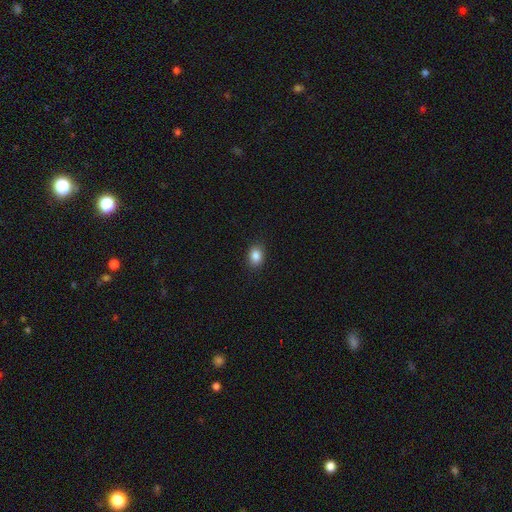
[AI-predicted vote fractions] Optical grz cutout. It shows a smooth galaxy with no disk features (87%) that is in between round and cigar-shaped (67%). Merging: none (88%).